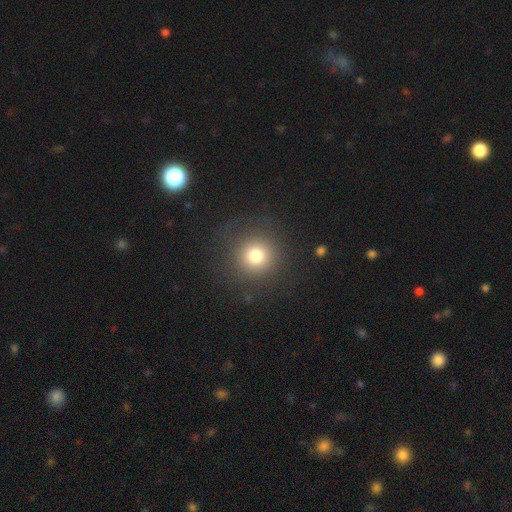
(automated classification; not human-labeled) Smooth or featured: smooth — 77% (star or artifact — 14%)
How rounded: round — 94% (in between — 5%)
Merging: none — 86% (minor disturbance — 7%)